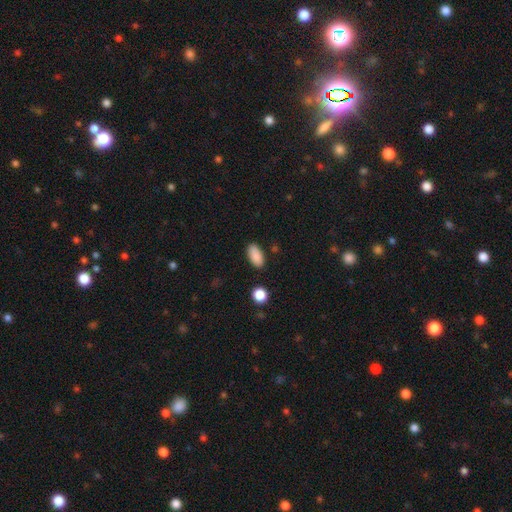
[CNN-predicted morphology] Overall: smooth (89%). How rounded: in between (90%). Merging: none (86%).